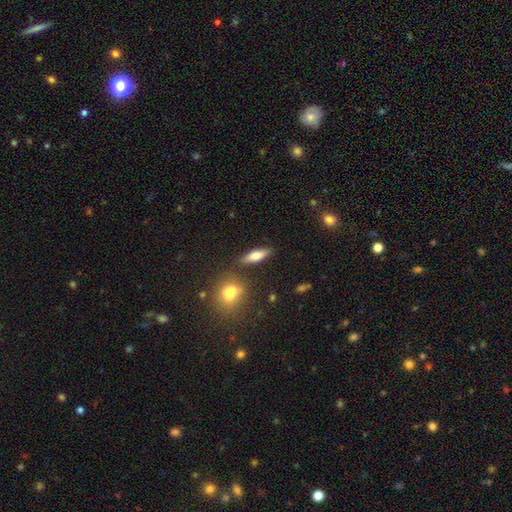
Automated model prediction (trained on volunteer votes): Smooth or featured: smooth — 65% (featured or disk — 27%)
How rounded: in between — 50% (cigar-shaped — 47%)
Merging: none — 81% (minor disturbance — 10%)